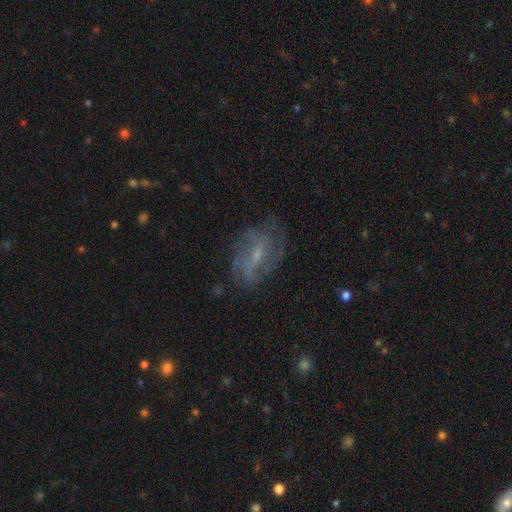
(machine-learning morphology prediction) type=featured or disk (69%); edge-on=no (93%); bar=weak (50%); spiral arms=yes (80%); winding=medium (42%); arm count=can't tell (37%); bulge=small (58%); merging=none (66%).